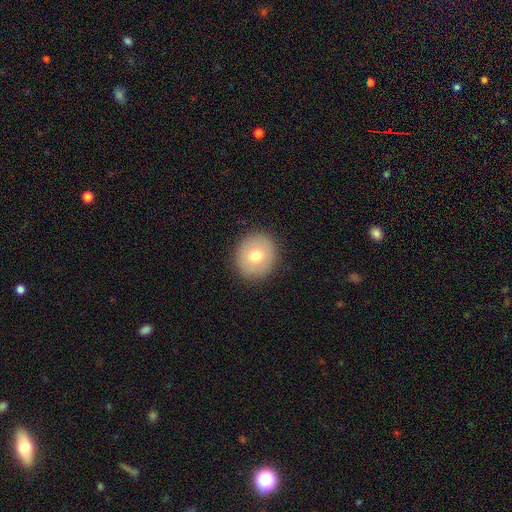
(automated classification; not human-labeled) A smooth galaxy with no disk features (70%) that is round (84%). Merging: none (90%).